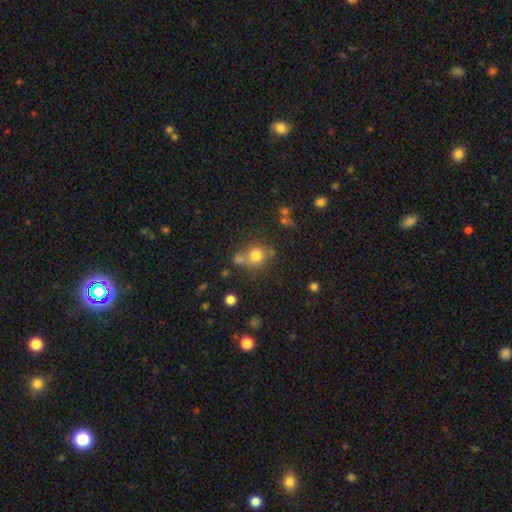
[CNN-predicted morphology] This is likely a smooth galaxy (75%). How rounded: clearly round (86%). Merging: possibly none (59%).